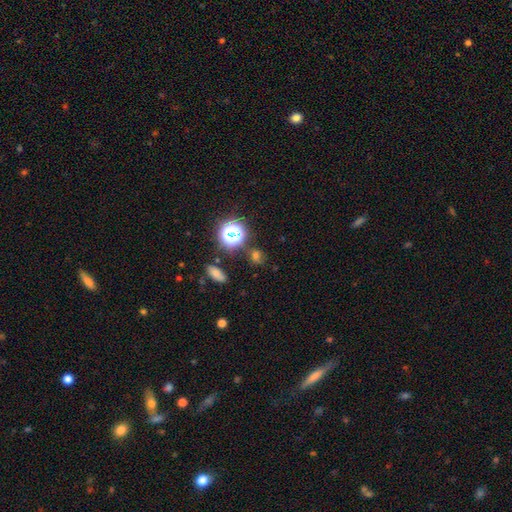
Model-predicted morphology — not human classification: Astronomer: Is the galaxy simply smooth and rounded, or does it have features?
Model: smooth — 56% (runner-up: star or artifact, 36%).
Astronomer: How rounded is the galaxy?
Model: round — 72%.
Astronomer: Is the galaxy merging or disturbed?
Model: none — 75%.